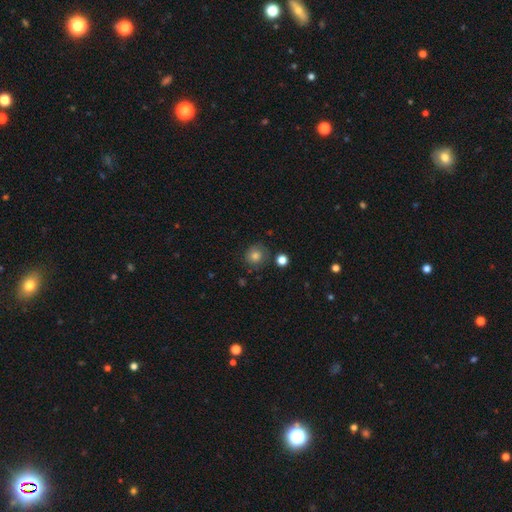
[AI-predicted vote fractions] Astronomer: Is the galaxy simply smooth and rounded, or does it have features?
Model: smooth — 79%.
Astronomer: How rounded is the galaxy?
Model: round — 87%.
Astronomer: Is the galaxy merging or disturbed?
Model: none — 78%.